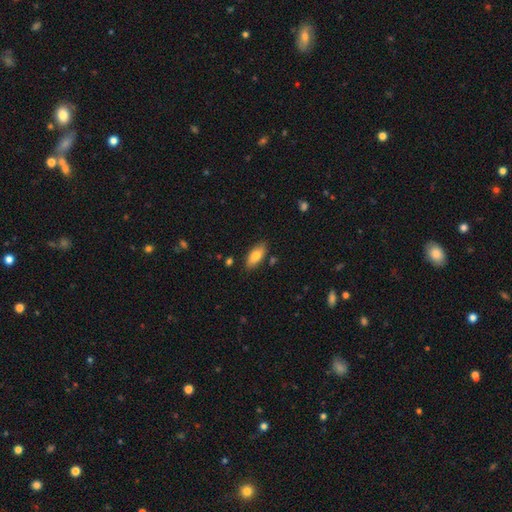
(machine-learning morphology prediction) Q: Smooth or featured?
A: smooth (79%); runner-up: featured or disk (14%)
Q: How rounded?
A: in between (83%); runner-up: cigar-shaped (14%)
Q: Merging?
A: none (83%); runner-up: minor disturbance (12%)